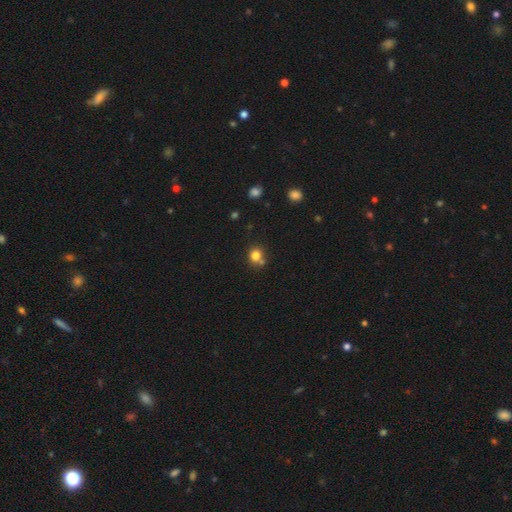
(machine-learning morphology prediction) Smooth or featured?
  - smooth: 80% *
  - star or artifact: 13%
  - featured or disk: 8%
How rounded?
  - round: 80% *
  - in between: 20%
  - cigar-shaped: 1%
Merging?
  - none: 62% *
  - merger: 23%
  - minor disturbance: 12%
  - major disturbance: 4%